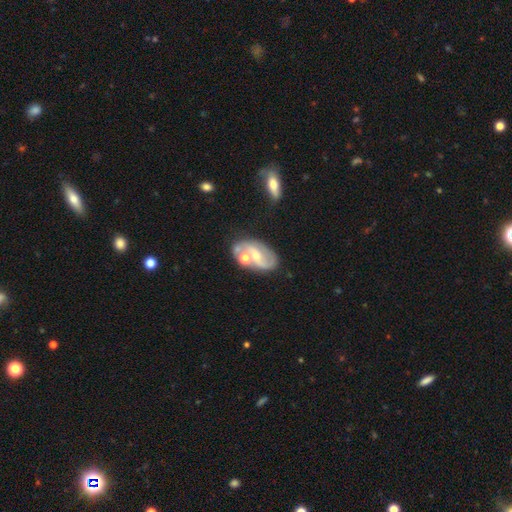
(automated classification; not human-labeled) This appears to be a featured or disk galaxy (76%) with no bar (41%), 2 (84%) medium (42%) spiral arms (84%) and a moderate central bulge (54%). Merging: none (54%).